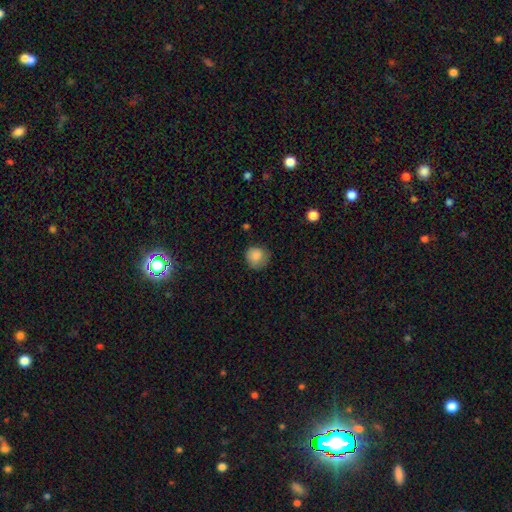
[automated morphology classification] Q: Smooth or featured?
A: smooth (86%); runner-up: star or artifact (9%)
Q: How rounded?
A: round (89%); runner-up: in between (10%)
Q: Merging?
A: none (72%); runner-up: minor disturbance (21%)